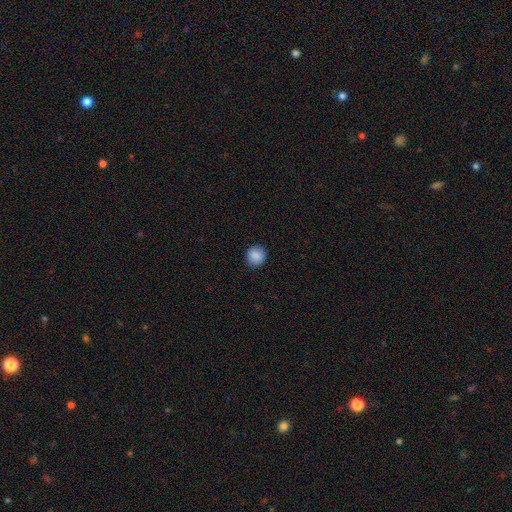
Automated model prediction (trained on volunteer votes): This appears to be a smooth galaxy with no disk features (88%) that is round (88%). Merging: none (89%).